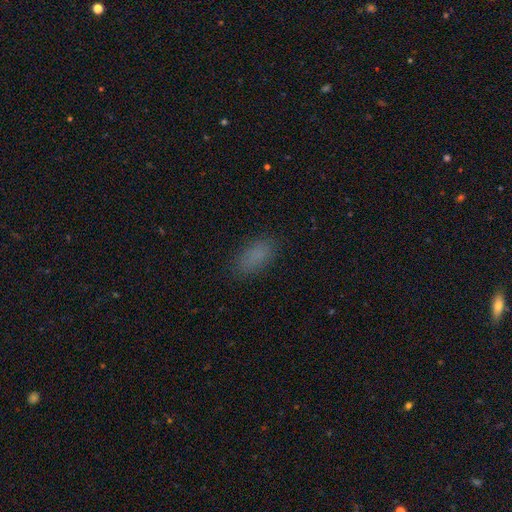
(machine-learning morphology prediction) Smooth or featured: smooth — 82% (star or artifact — 12%)
How rounded: in between — 88% (cigar-shaped — 8%)
Merging: none — 83% (minor disturbance — 12%)